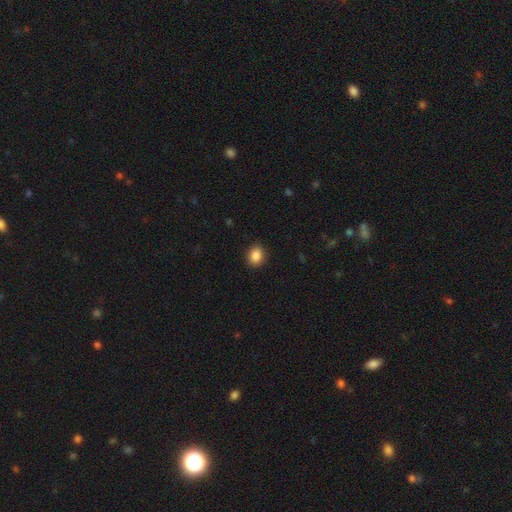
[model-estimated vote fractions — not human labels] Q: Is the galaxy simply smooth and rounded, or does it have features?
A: smooth — 87%.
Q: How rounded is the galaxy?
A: round — 61%.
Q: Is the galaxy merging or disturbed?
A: none — 90%.